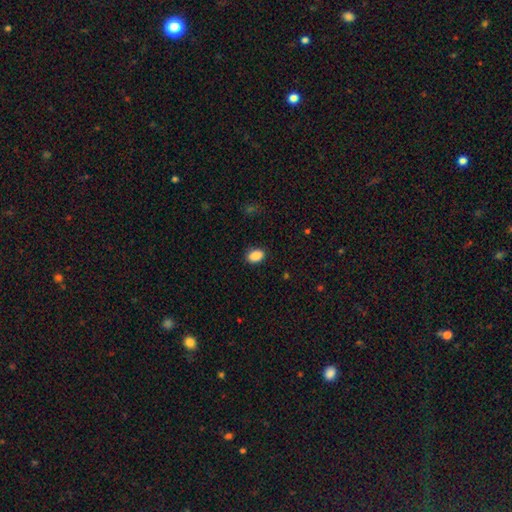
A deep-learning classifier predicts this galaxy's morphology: type=smooth (89%); roundness=in between (81%); merging=none (87%).